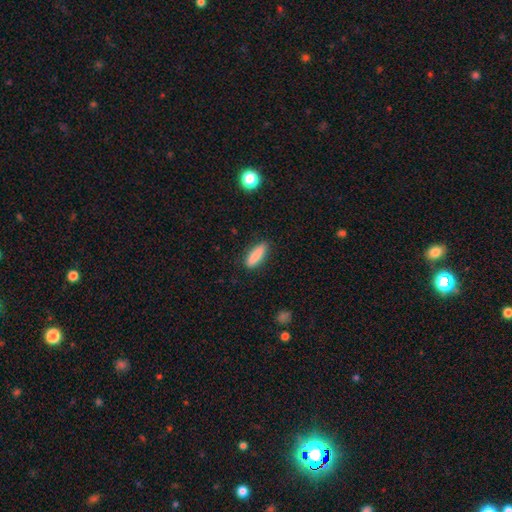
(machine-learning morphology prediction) smooth-or-featured: smooth: 86% | featured or disk: 7% | star or artifact: 7%
  how-rounded: cigar-shaped: 59% | in between: 39% | round: 2%
  merging: none: 85% | minor disturbance: 11% | major disturbance: 3% | merger: 1%